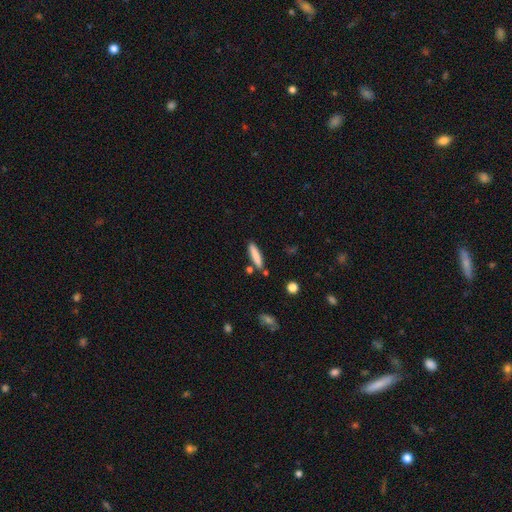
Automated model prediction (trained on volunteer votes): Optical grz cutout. It shows a smooth galaxy with no disk features (81%) that is cigar-shaped (86%). Merging: none (82%).